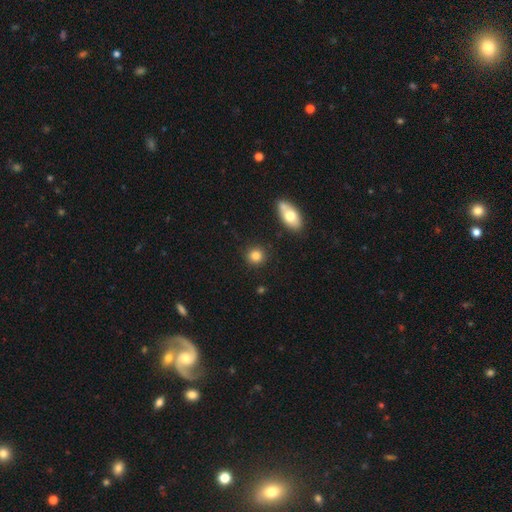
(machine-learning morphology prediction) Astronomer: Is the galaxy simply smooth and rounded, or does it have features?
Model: smooth — 84%.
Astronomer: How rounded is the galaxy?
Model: round — 88%.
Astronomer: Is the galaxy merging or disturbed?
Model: none — 88%.